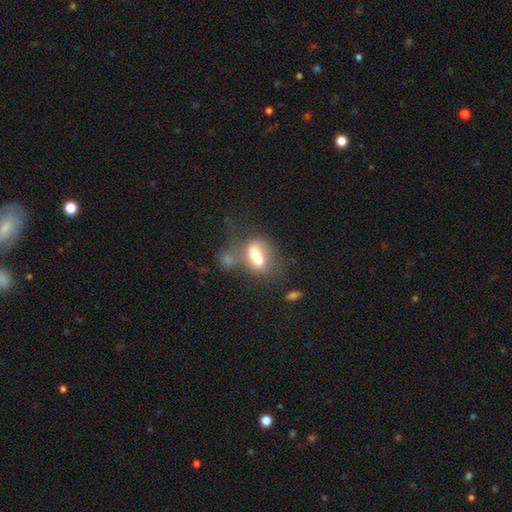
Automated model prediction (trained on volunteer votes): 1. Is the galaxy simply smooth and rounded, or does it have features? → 54% smooth, 37% featured or disk, 9% star or artifact.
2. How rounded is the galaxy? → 77% in between, 13% round, 10% cigar-shaped.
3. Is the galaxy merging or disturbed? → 32% none, 28% merger, 21% major disturbance, 19% minor disturbance.